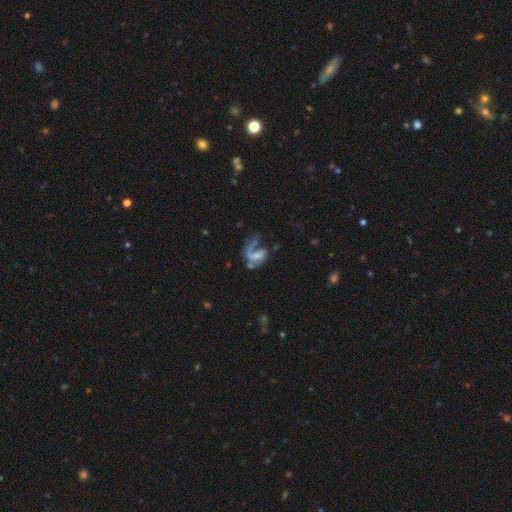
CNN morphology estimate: featured or disk 68%, smooth 22%, star or artifact 10%. Down the decision tree: edge-on disk — no (97%); bar — no (51%); spiral arms — yes (79%); spiral arm count — 1 (72%); spiral winding — loose (59%); bulge size — none (43%); merging — major disturbance (47%).